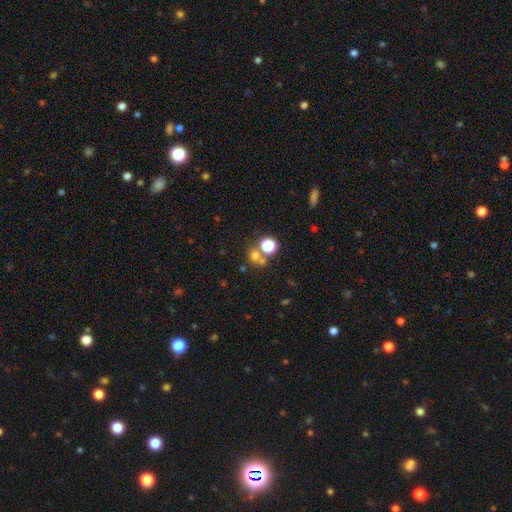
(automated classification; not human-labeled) Smooth or featured?
  - smooth: 64% *
  - star or artifact: 25%
  - featured or disk: 11%
How rounded?
  - round: 84% *
  - in between: 15%
  - cigar-shaped: 1%
Merging?
  - none: 55% *
  - merger: 34%
  - minor disturbance: 7%
  - major disturbance: 4%